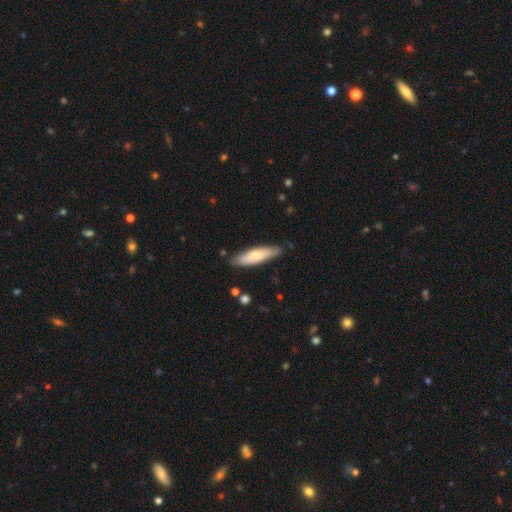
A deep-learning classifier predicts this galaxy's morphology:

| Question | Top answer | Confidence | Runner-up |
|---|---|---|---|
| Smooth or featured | smooth | 69% | featured or disk (26%) |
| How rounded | cigar-shaped | 64% | in between (34%) |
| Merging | none | 80% | minor disturbance (15%) |